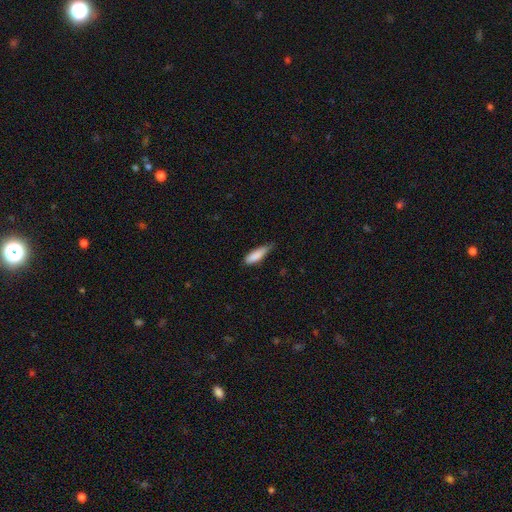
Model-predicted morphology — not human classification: Overall: smooth (86%). How rounded: in between (49%, tied with cigar-shaped). Merging: none (50%; minor disturbance 42%).